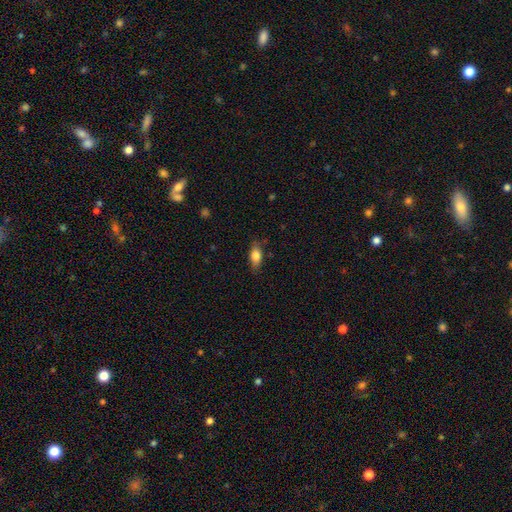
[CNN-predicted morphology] smooth_or_featured: smooth (p=0.76) [alt: featured or disk p=0.16]
how_rounded: in between (p=0.79) [alt: cigar-shaped p=0.16]
merging: none (p=0.80) [alt: minor disturbance p=0.16]